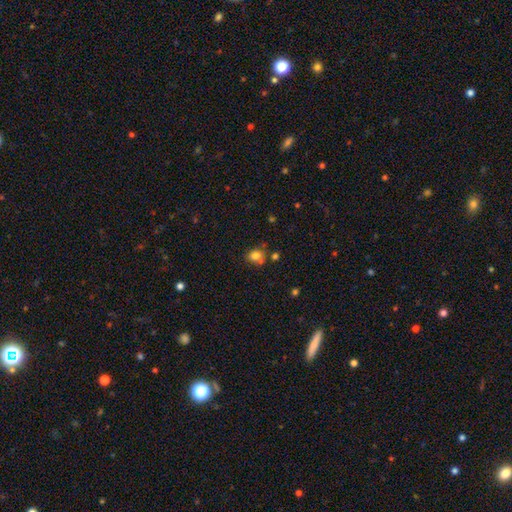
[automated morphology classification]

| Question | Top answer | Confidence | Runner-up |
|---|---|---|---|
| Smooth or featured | smooth | 80% | star or artifact (13%) |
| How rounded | round | 71% | in between (28%) |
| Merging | none | 64% | minor disturbance (19%) |